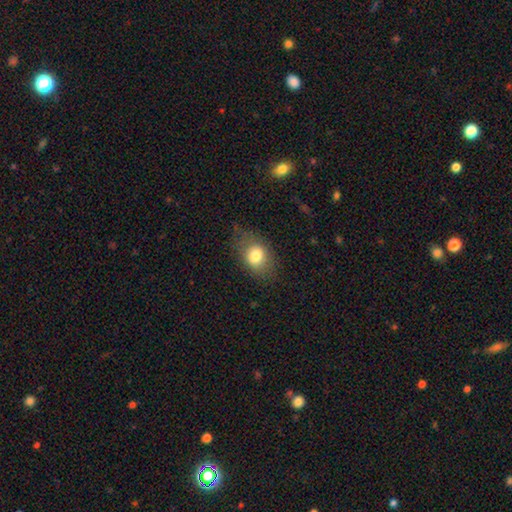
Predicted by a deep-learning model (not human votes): smooth 79%, featured or disk 12%, star or artifact 9%. Down the decision tree: how rounded — in between (69%); merging — none (72%).